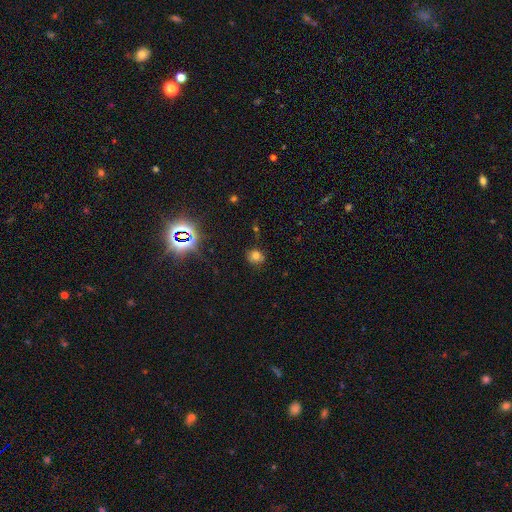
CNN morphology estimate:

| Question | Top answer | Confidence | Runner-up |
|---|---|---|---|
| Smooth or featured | smooth | 71% | star or artifact (21%) |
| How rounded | round | 75% | in between (24%) |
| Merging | none | 77% | minor disturbance (16%) |